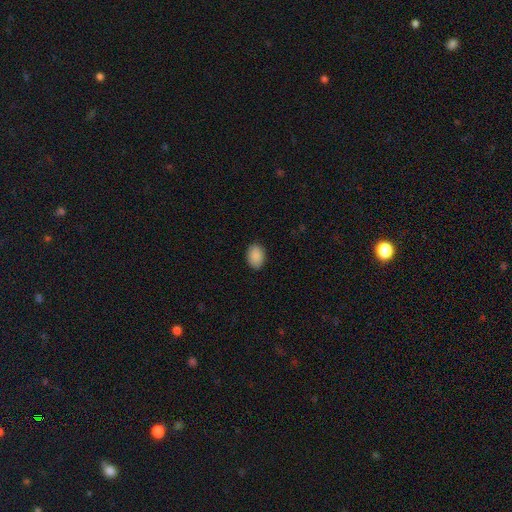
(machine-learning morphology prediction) Smooth or featured? Predicted: smooth (p=0.90). How rounded? Predicted: in between (p=0.83). Merging? Predicted: none (p=0.88).